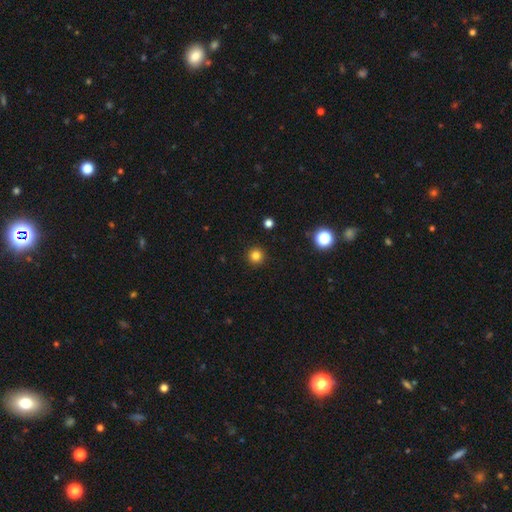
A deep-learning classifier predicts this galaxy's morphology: smooth-or-featured: smooth: 82% | star or artifact: 13% | featured or disk: 5%
  how-rounded: round: 96% | in between: 3% | cigar-shaped: 1%
  merging: none: 93% | minor disturbance: 5% | major disturbance: 2% | merger: 1%